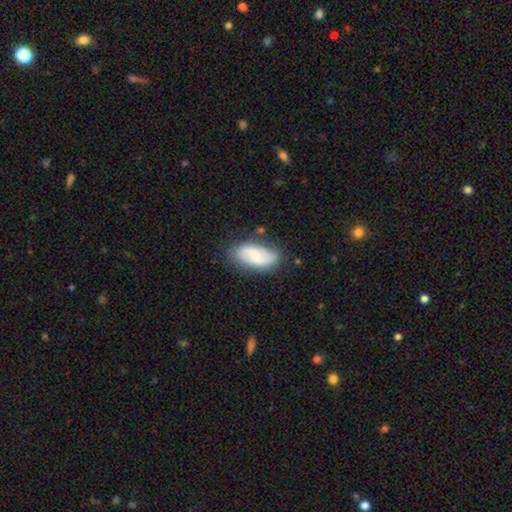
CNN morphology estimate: A featured or disk galaxy (50%).

Vote fractions:
- Smooth or featured? featured or disk: 50% / smooth: 43% / star or artifact: 7%
- Merging? none: 71% / minor disturbance: 21% / major disturbance: 6% / merger: 3%